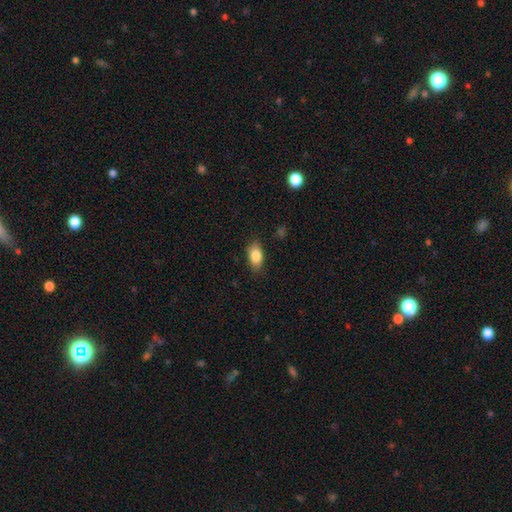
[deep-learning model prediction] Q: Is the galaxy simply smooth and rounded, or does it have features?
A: smooth — 85%.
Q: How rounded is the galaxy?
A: in between — 89%.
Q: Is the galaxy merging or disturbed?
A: none — 83%.